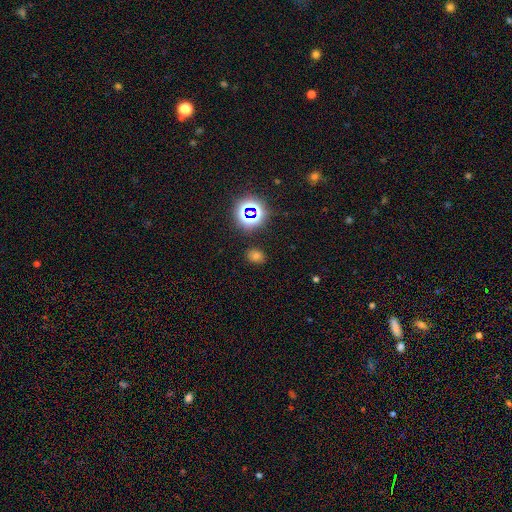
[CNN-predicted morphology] This appears to be a smooth galaxy with no disk features (57%) that is round (51%). Merging: none (85%).